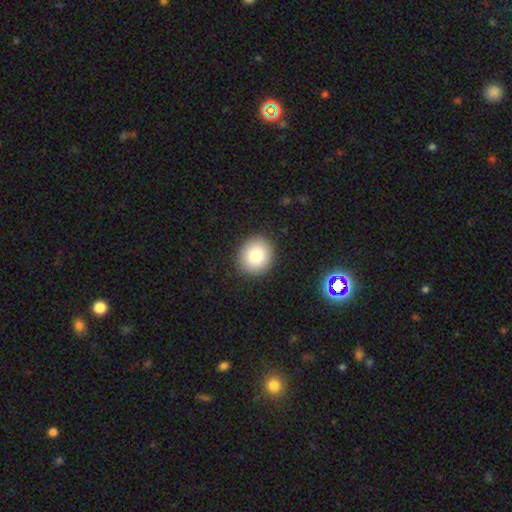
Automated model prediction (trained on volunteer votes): Smooth or featured? smooth (84%)
How rounded? round (82%)
Merging? none (90%)